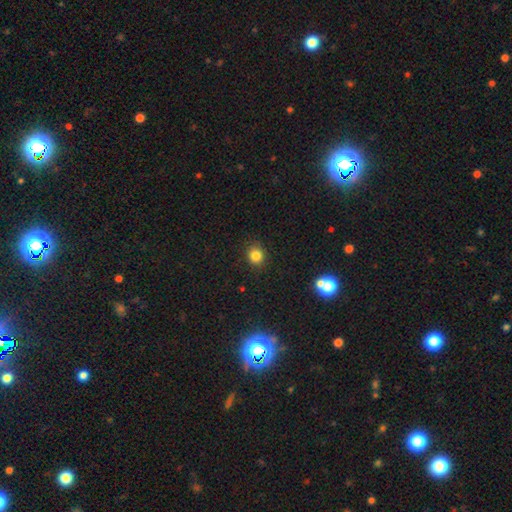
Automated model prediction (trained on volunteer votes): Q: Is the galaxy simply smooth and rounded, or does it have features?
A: smooth — 82%.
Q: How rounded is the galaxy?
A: round — 86%.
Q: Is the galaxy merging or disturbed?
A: none — 89%.